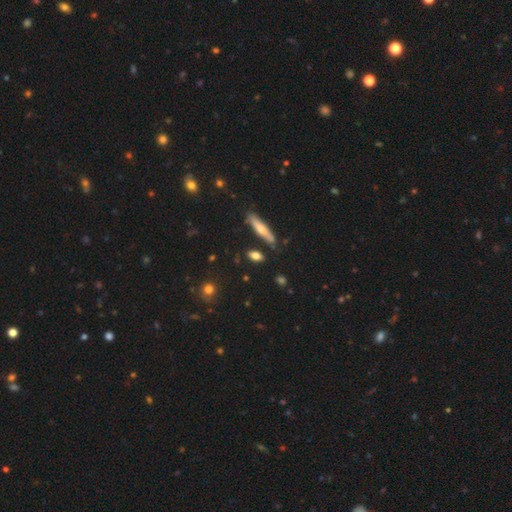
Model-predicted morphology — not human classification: A smooth galaxy with no disk features (73%) that is in between round and cigar-shaped (58%).

Vote fractions:
- Smooth or featured? smooth: 73% / featured or disk: 18% / star or artifact: 9%
- How rounded? in between: 58% / cigar-shaped: 33% / round: 9%
- Merging? none: 79% / minor disturbance: 12% / merger: 5% / major disturbance: 3%